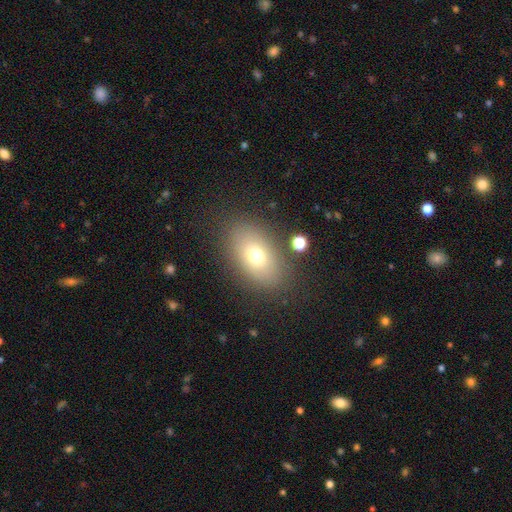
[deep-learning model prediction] smooth 70%, featured or disk 18%, star or artifact 12%. Down the decision tree: how rounded — in between (86%); merging — none (83%).